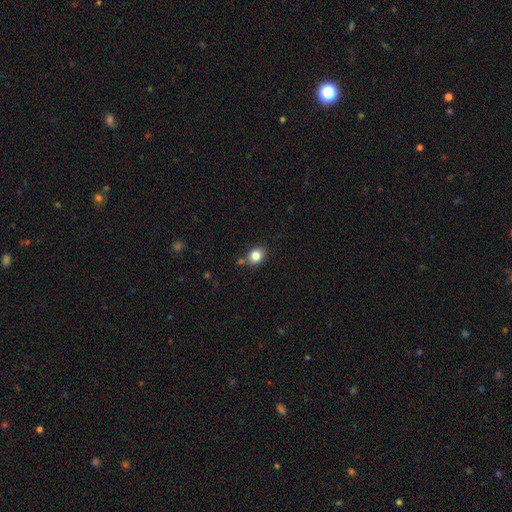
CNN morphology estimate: smooth-or-featured: smooth: 83% | star or artifact: 10% | featured or disk: 7%
  how-rounded: round: 54% | in between: 45% | cigar-shaped: 1%
  merging: none: 75% | minor disturbance: 14% | merger: 8% | major disturbance: 3%